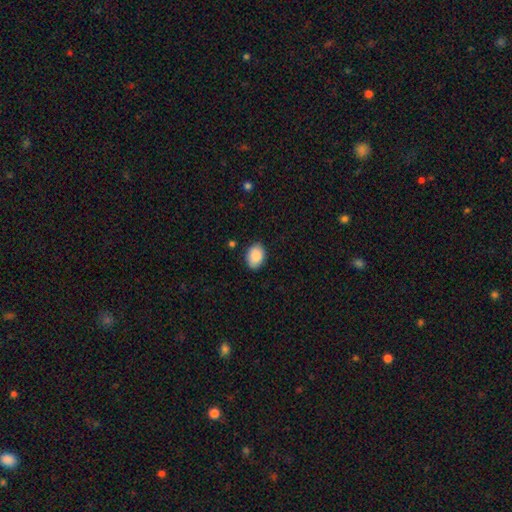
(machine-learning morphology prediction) smooth-or-featured: smooth: 89% | star or artifact: 7% | featured or disk: 5%
  how-rounded: in between: 76% | round: 23% | cigar-shaped: 1%
  merging: none: 85% | minor disturbance: 12% | major disturbance: 2% | merger: 1%